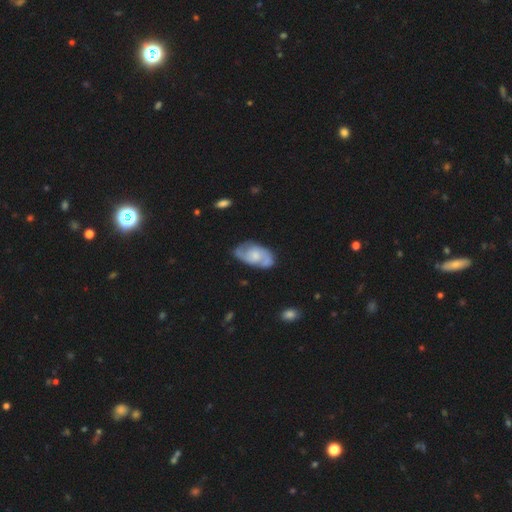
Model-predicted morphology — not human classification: Smooth or featured? Predicted: featured or disk (p=0.75). Edge-on disk? Predicted: no (p=0.96). Bar? Predicted: no (p=0.59). Spiral arms? Predicted: yes (p=0.91). Spiral winding? Predicted: medium (p=0.50). Spiral arm count? Predicted: 2 (p=0.81). Bulge size? Predicted: small (p=0.43). Merging? Predicted: none (p=0.70).